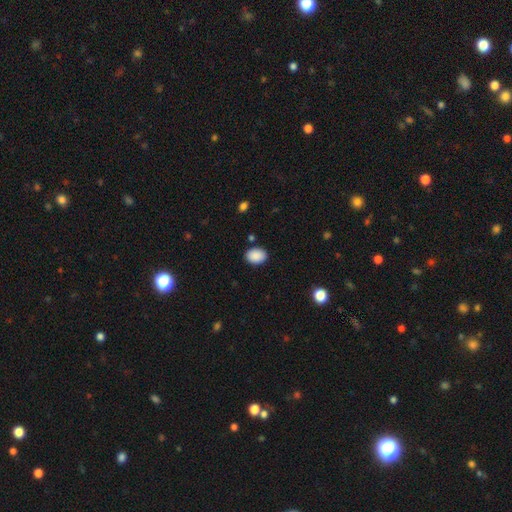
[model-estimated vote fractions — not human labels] smooth 89%, star or artifact 8%, featured or disk 3%. Down the decision tree: how rounded — in between (74%); merging — none (87%).